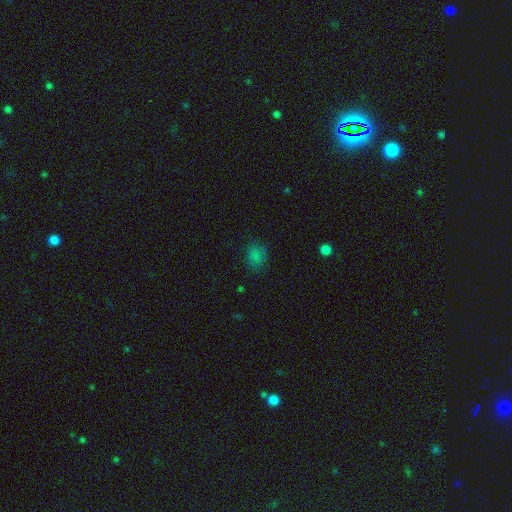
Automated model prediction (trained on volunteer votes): smooth 78%, star or artifact 17%, featured or disk 6%. Down the decision tree: how rounded — round (61%); merging — none (76%).